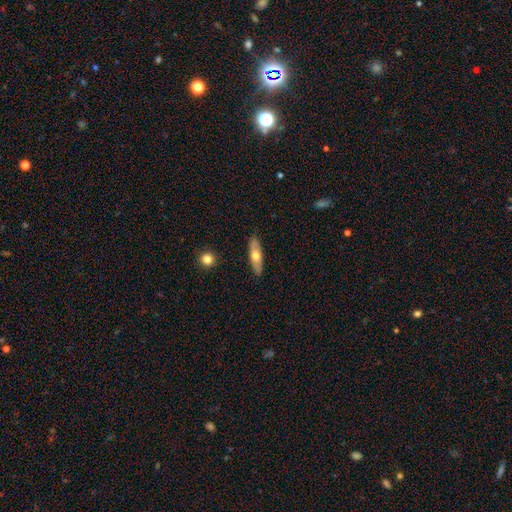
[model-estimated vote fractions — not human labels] Smooth or featured? Predicted: smooth (p=0.55). How rounded? Predicted: cigar-shaped (p=0.49). Merging? Predicted: none (p=0.86).